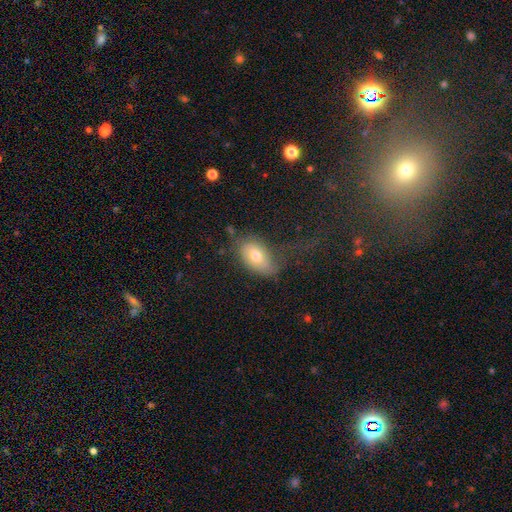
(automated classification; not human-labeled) Overall: smooth (68%). How rounded: in between (88%). Merging: none (45%; minor disturbance 26%).